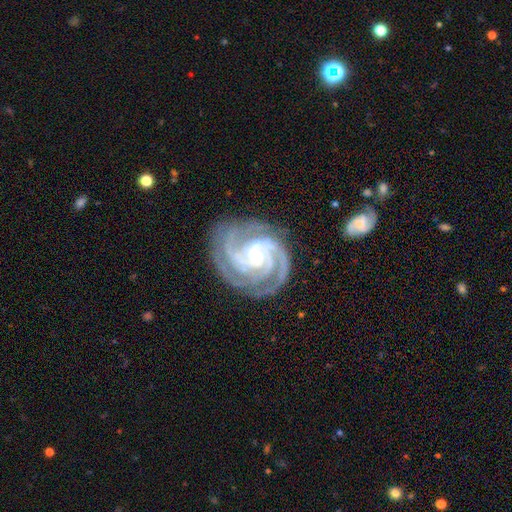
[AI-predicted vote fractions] Smooth or featured? Predicted: featured or disk (p=0.93). Edge-on disk? Predicted: no (p=0.98). Bar? Predicted: no (p=0.56). Spiral arms? Predicted: yes (p=0.99). Spiral winding? Predicted: tight (p=0.75). Spiral arm count? Predicted: 3 (p=0.49). Bulge size? Predicted: small (p=0.53). Merging? Predicted: none (p=0.81).